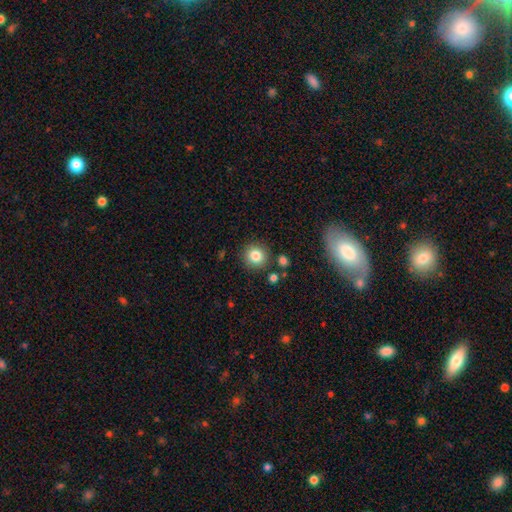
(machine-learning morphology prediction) smooth-or-featured: smooth: 83% | star or artifact: 10% | featured or disk: 7%
  how-rounded: round: 92% | in between: 7% | cigar-shaped: 1%
  merging: none: 86% | minor disturbance: 8% | merger: 4% | major disturbance: 2%